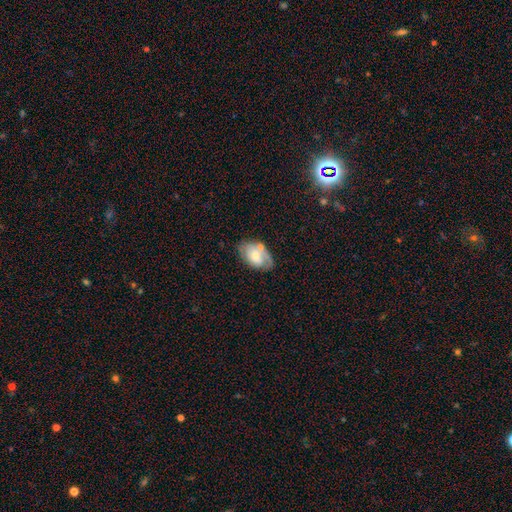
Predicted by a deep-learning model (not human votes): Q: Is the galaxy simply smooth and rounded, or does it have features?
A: featured or disk — 47%.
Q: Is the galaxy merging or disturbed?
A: none — 58%.